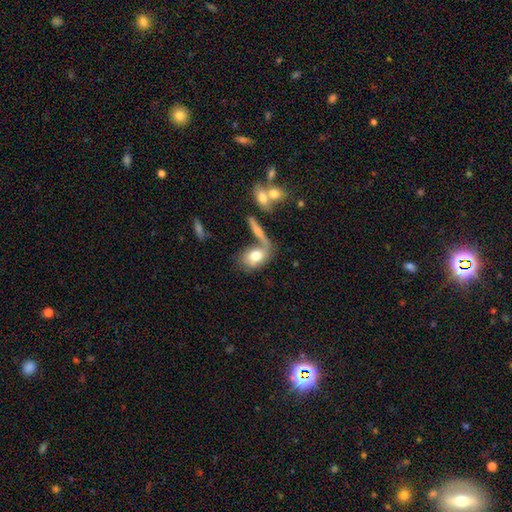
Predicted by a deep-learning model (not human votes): A smooth galaxy with no disk features (70%) that is in between round and cigar-shaped (79%). Merging: merger (38%).